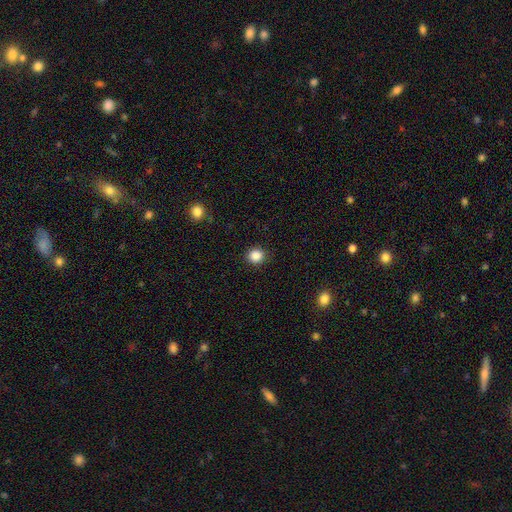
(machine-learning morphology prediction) Q: Smooth or featured?
A: smooth (86%); runner-up: star or artifact (10%)
Q: How rounded?
A: round (90%); runner-up: in between (9%)
Q: Merging?
A: none (91%); runner-up: minor disturbance (6%)